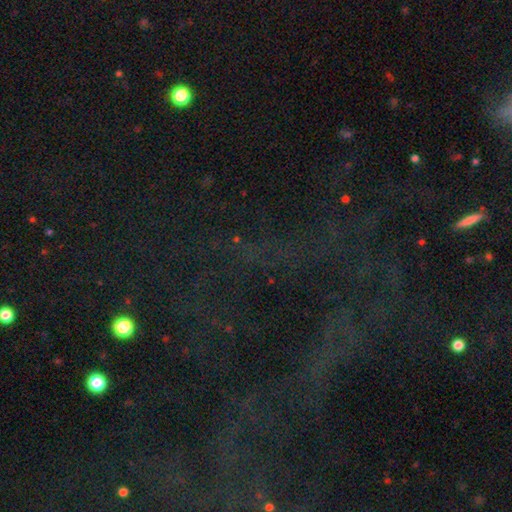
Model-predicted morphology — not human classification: This appears to be a star or artifact, not a galaxy (75%).